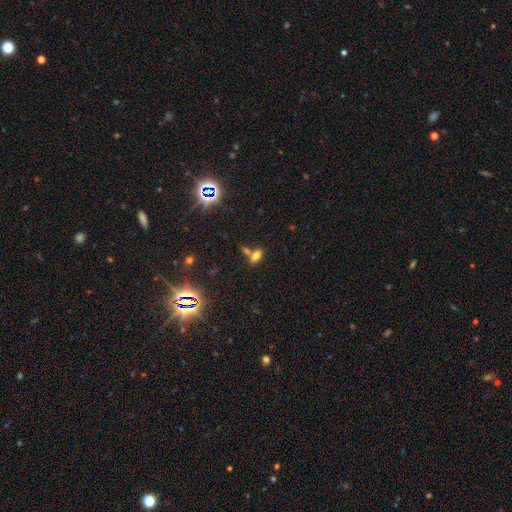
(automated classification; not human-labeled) Q: Smooth or featured?
A: smooth (68%); runner-up: star or artifact (21%)
Q: How rounded?
A: in between (85%); runner-up: cigar-shaped (9%)
Q: Merging?
A: none (51%); runner-up: merger (33%)